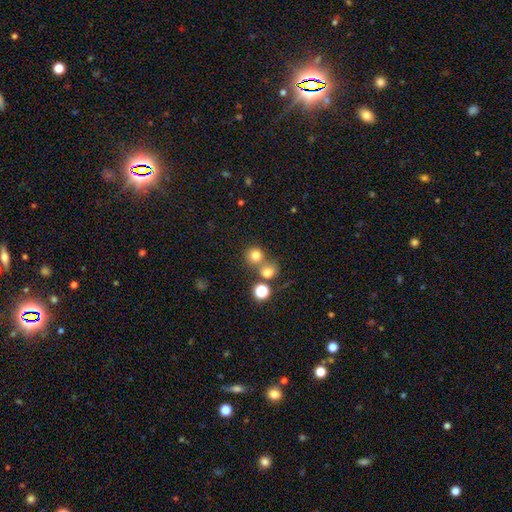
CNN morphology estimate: This appears to be a smooth galaxy with no disk features (76%) that is round (89%). Merging: none (57%).